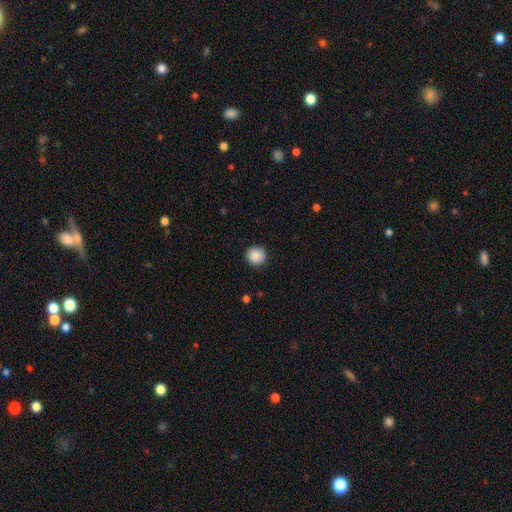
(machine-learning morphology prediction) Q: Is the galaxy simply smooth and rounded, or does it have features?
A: smooth — 88%.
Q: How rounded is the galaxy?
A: round — 94%.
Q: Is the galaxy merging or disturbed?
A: none — 90%.